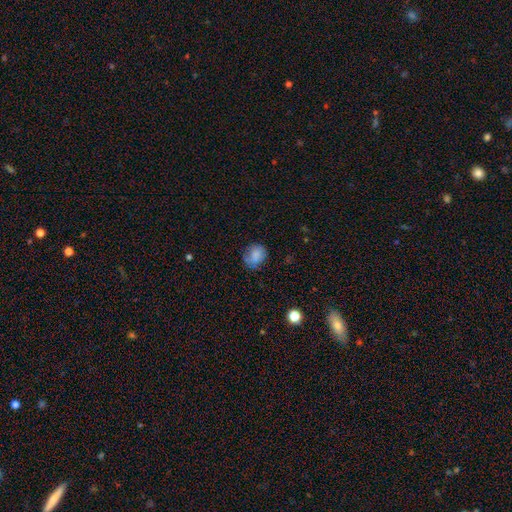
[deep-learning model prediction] This is likely a smooth galaxy (79%). How rounded: likely round (64%). Merging: likely none (62%).